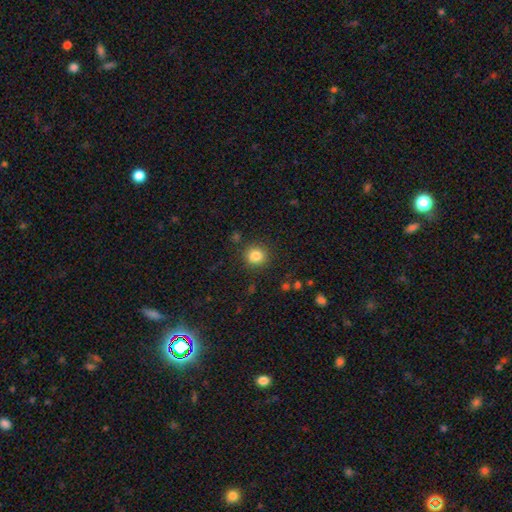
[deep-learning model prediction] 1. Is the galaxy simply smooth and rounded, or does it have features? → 83% smooth, 12% star or artifact, 5% featured or disk.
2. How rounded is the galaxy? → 88% round, 11% in between, 1% cigar-shaped.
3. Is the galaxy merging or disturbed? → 87% none, 8% minor disturbance, 3% major disturbance, 2% merger.